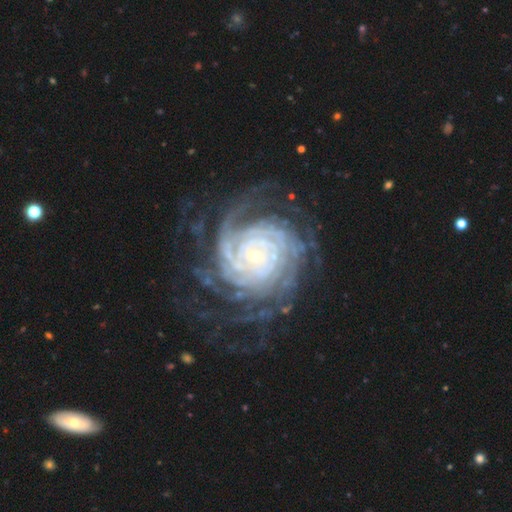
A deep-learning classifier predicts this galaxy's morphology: Q: Smooth or featured?
A: featured or disk (91%); runner-up: star or artifact (5%)
Q: Edge-on disk?
A: no (97%); runner-up: yes (3%)
Q: Bar?
A: no (74%); runner-up: weak (16%)
Q: Spiral arms?
A: yes (98%); runner-up: no (2%)
Q: Spiral winding?
A: tight (83%); runner-up: medium (14%)
Q: Spiral arm count?
A: more than 4 (35%); runner-up: 4 (19%)
Q: Bulge size?
A: small (81%); runner-up: moderate (14%)
Q: Merging?
A: none (72%); runner-up: minor disturbance (15%)